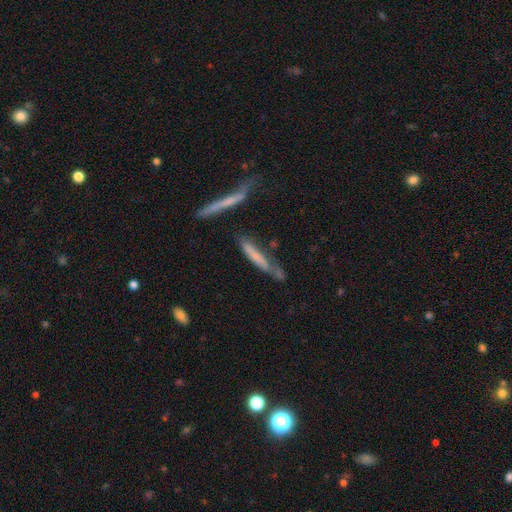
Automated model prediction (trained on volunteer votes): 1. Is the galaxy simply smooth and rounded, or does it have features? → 55% smooth, 37% featured or disk, 8% star or artifact.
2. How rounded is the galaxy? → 92% cigar-shaped, 6% in between, 2% round.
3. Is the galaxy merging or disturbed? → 50% none, 25% minor disturbance, 14% merger, 11% major disturbance.